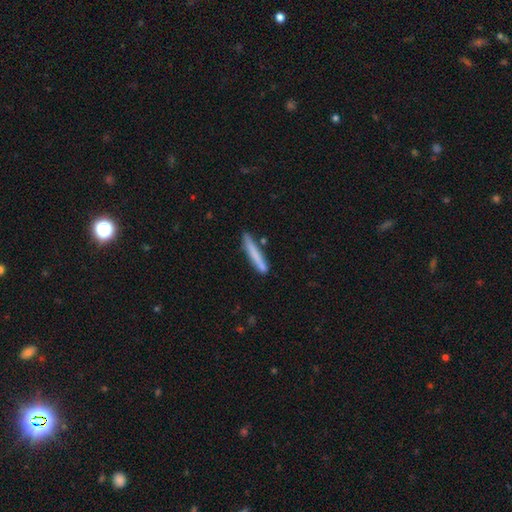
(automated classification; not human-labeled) Smooth or featured? smooth (75%)
How rounded? cigar-shaped (95%)
Merging? none (82%)